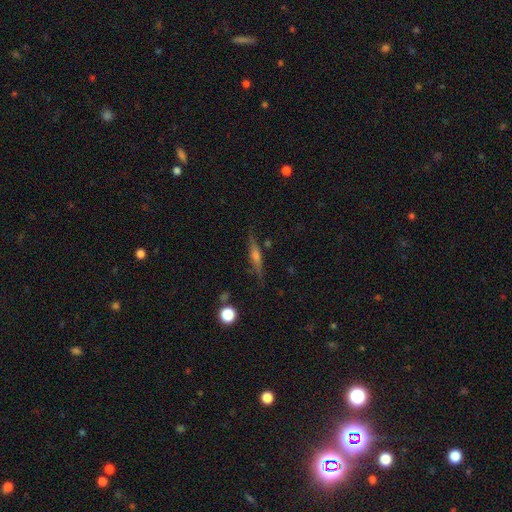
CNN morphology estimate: This appears to be a featured or disk galaxy (64%) viewed edge-on (95%) with a rounded central bulge (72%). Merging: none (83%).